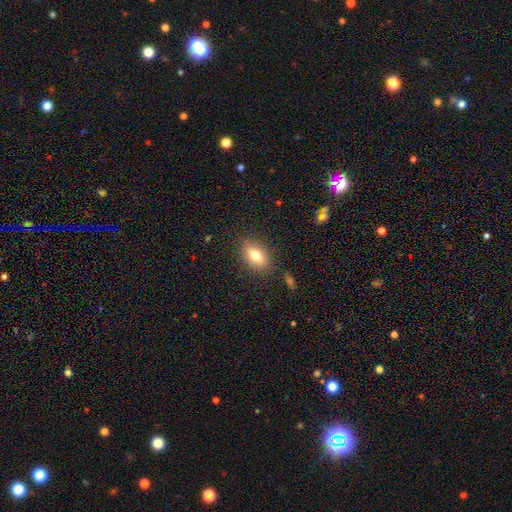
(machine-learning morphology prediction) Smooth or featured?
  - smooth: 75% *
  - featured or disk: 16%
  - star or artifact: 9%
How rounded?
  - in between: 82% *
  - round: 13%
  - cigar-shaped: 4%
Merging?
  - none: 83% *
  - minor disturbance: 12%
  - major disturbance: 3%
  - merger: 2%